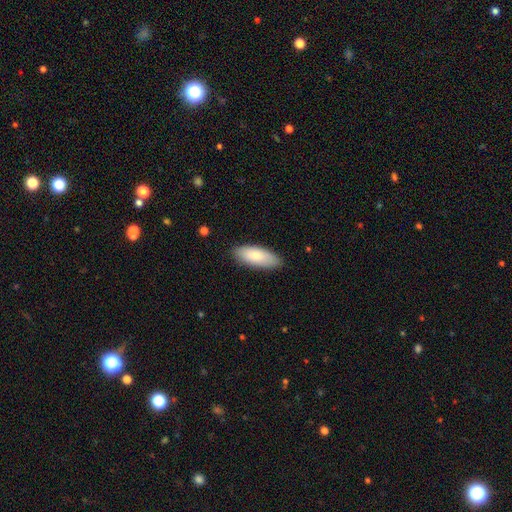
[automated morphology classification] The model was most divided on "how rounded": in between: 78%, cigar-shaped: 21%, round: 2%. More confident: merging — none (86%); smooth or featured — smooth (79%).